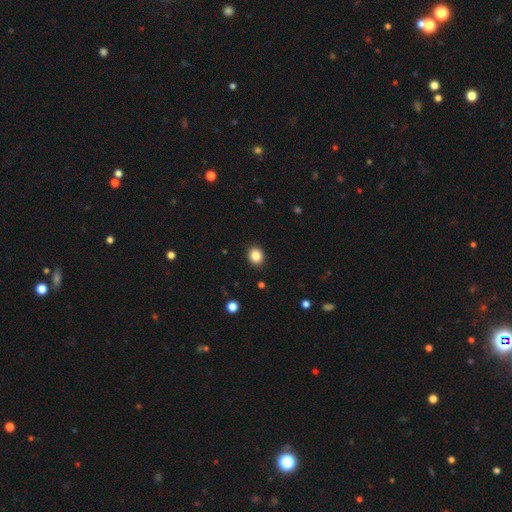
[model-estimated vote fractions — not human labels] Smooth or featured? smooth (86%)
How rounded? round (60%)
Merging? none (91%)